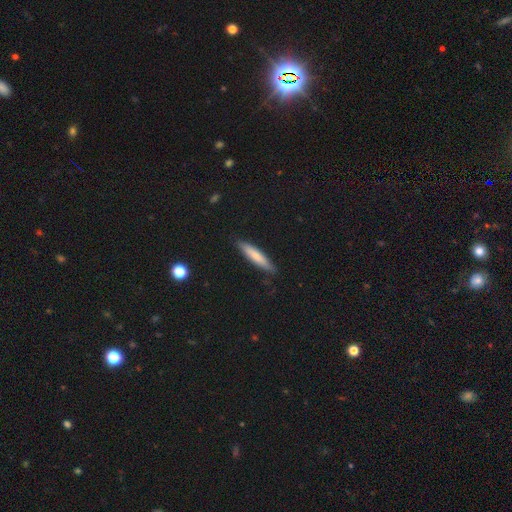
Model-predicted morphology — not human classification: Smooth or featured: smooth — 71% (featured or disk — 23%)
How rounded: cigar-shaped — 87% (in between — 12%)
Merging: none — 87% (minor disturbance — 10%)